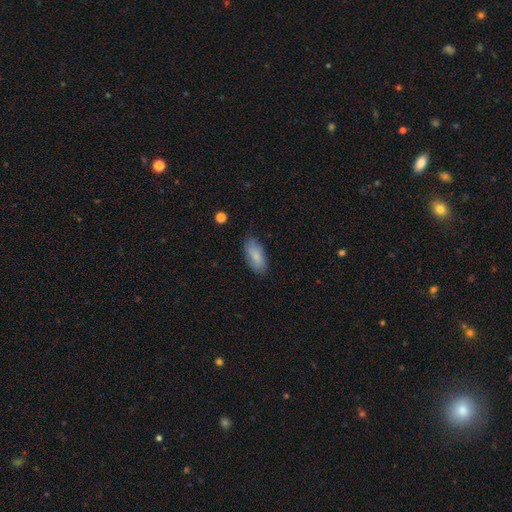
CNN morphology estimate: smooth_or_featured: smooth (p=0.84) [alt: featured or disk p=0.10]
how_rounded: in between (p=0.87) [alt: cigar-shaped p=0.11]
merging: none (p=0.80) [alt: minor disturbance p=0.16]